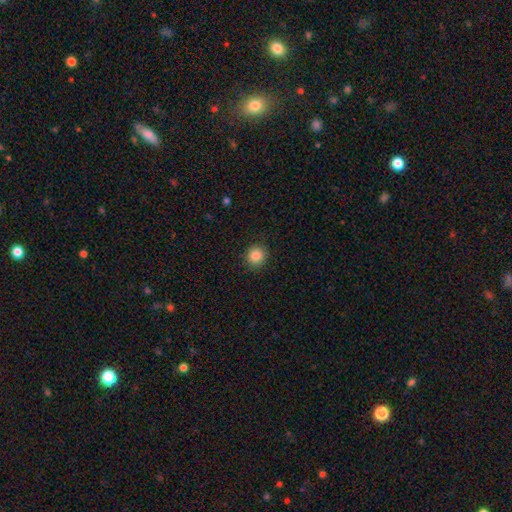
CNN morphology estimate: This is clearly a smooth galaxy (86%). How rounded: clearly round (90%). Merging: clearly none (90%).